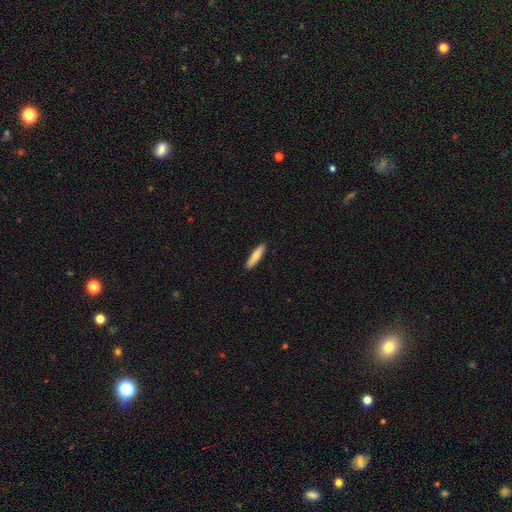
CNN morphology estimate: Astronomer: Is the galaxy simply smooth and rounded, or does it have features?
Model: smooth — 80%.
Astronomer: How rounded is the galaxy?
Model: cigar-shaped — 80%.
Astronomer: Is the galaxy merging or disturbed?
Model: none — 90%.